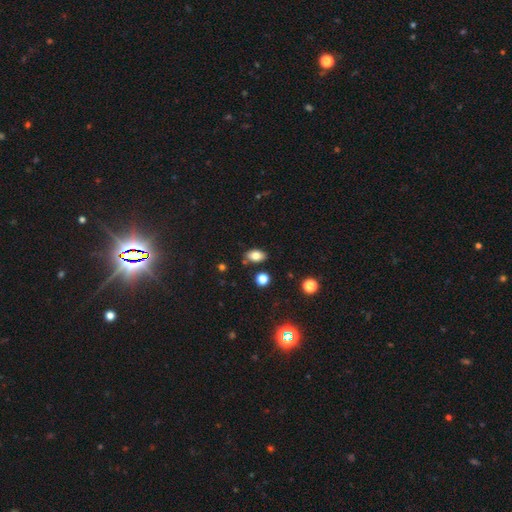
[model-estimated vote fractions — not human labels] A smooth galaxy with no disk features (80%) that is in between round and cigar-shaped (87%).

Vote fractions:
- Smooth or featured? smooth: 80% / star or artifact: 10% / featured or disk: 9%
- How rounded? in between: 87% / round: 11% / cigar-shaped: 2%
- Merging? none: 79% / minor disturbance: 13% / merger: 5% / major disturbance: 3%